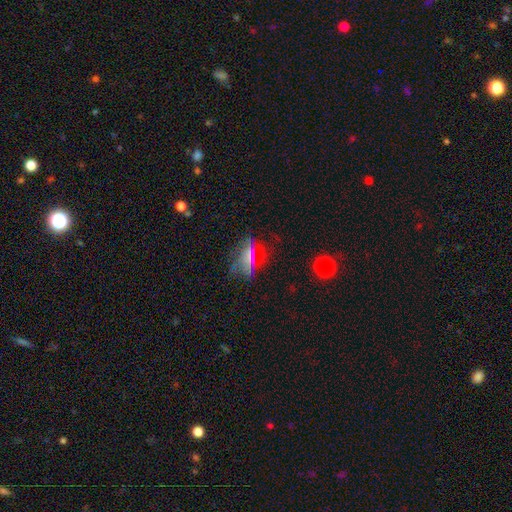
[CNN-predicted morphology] Smooth or featured: smooth — 58% (star or artifact — 30%)
How rounded: in between — 62% (round — 30%)
Merging: none — 73% (minor disturbance — 17%)